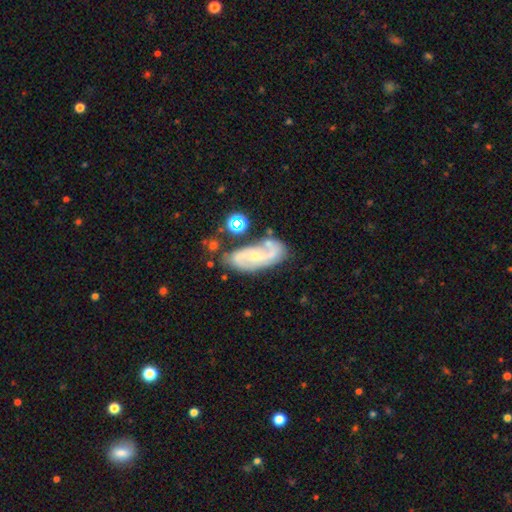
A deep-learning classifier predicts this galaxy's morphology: A featured or disk galaxy (79%) with no bar (53%), 2 (84%) medium (49%) spiral arms (93%) and a small central bulge (64%).

Vote fractions:
- Smooth or featured? featured or disk: 79% / smooth: 14% / star or artifact: 7%
- Edge-on disk? no: 94% / yes: 6%
- Bar? no: 53% / weak: 35% / strong: 13%
- Spiral arms? yes: 93% / no: 7%
- Spiral winding? medium: 49% / tight: 28% / loose: 24%
- Spiral arm count? 2: 84% / can't tell: 9% / 3: 3% / 1: 2% / 4: 1% / more than 4: 1%
- Bulge size? small: 64% / moderate: 31% / none: 3% / large: 1% / dominant: 1%
- Merging? none: 65% / minor disturbance: 18% / merger: 11% / major disturbance: 6%